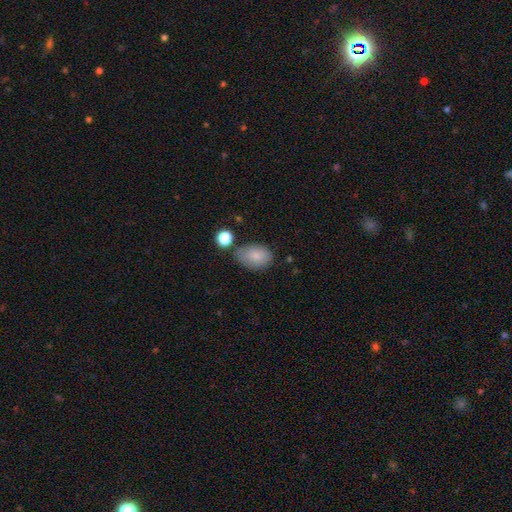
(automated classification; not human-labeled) Smooth or featured? Predicted: smooth (p=0.82). How rounded? Predicted: in between (p=0.88). Merging? Predicted: none (p=0.65).